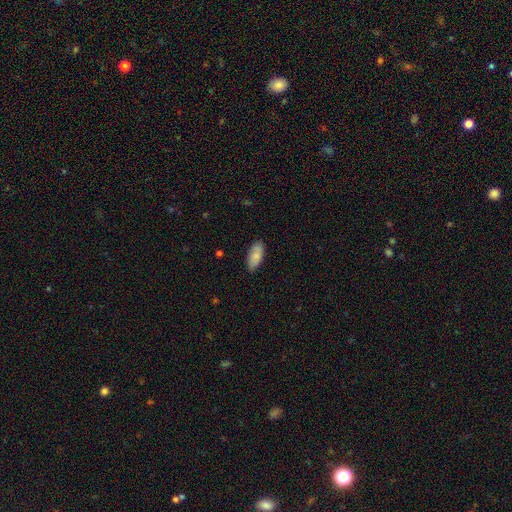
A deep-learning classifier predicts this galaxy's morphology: A smooth galaxy with no disk features (82%) that is in between round and cigar-shaped (88%).

Vote fractions:
- Smooth or featured? smooth: 82% / featured or disk: 12% / star or artifact: 6%
- How rounded? in between: 88% / cigar-shaped: 10% / round: 2%
- Merging? none: 83% / minor disturbance: 13% / major disturbance: 2% / merger: 1%